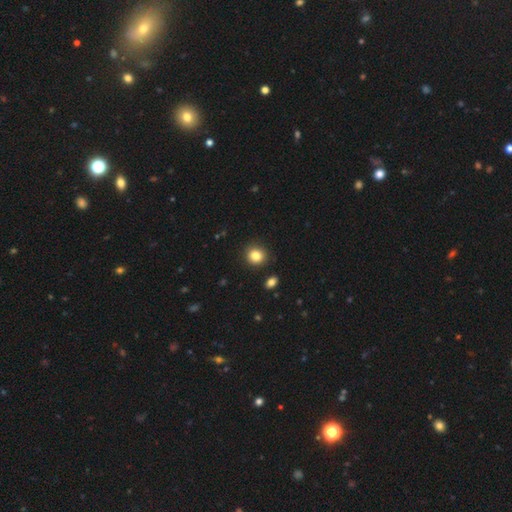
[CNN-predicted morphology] This appears to be a smooth galaxy with no disk features (84%) that is round (83%). Merging: none (89%).